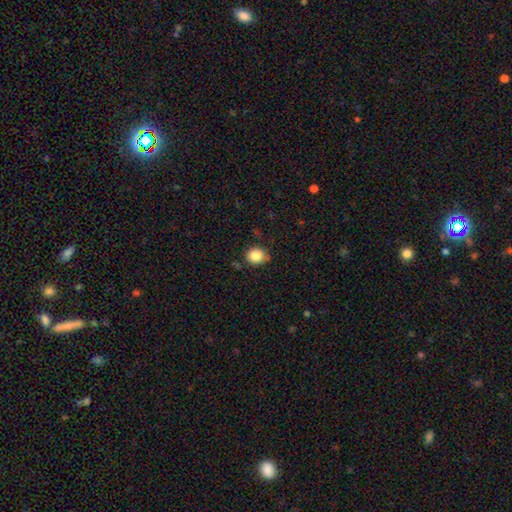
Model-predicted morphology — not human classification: type=smooth (85%); roundness=round (74%); merging=none (76%).